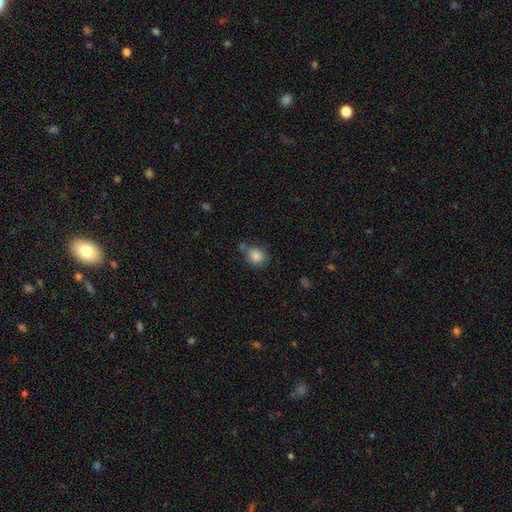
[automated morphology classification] smooth 84%, star or artifact 10%, featured or disk 5%. Down the decision tree: how rounded — round (67%); merging — none (71%).